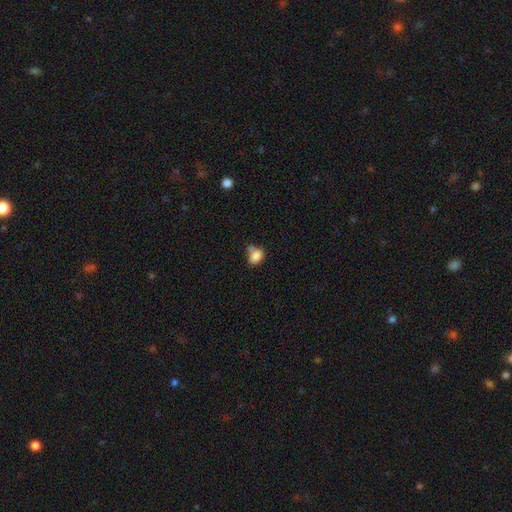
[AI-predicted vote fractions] The model was most divided on "merging": none: 44%, minor disturbance: 25%, merger: 22%, major disturbance: 9%. More confident: smooth or featured — smooth (84%); how rounded — in between (70%).